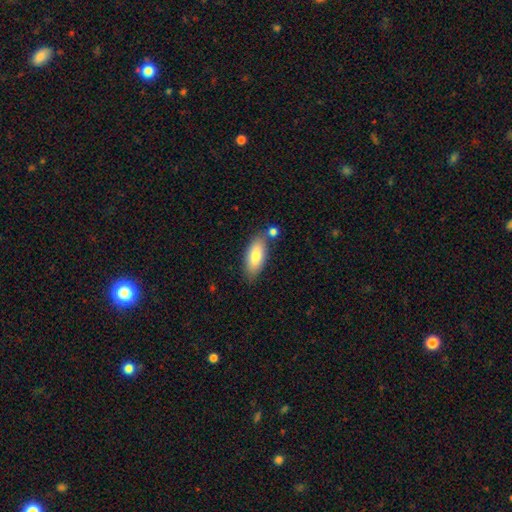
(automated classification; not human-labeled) A smooth galaxy with no disk features (78%) that is in between round and cigar-shaped (82%). Merging: none (69%).